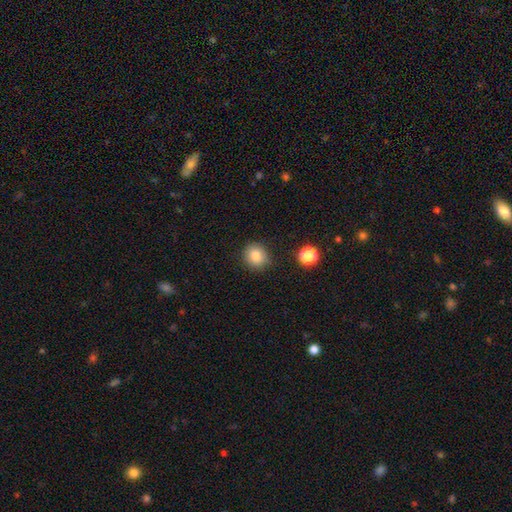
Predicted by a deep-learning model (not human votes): Smooth or featured? smooth (83%)
How rounded? round (80%)
Merging? none (84%)